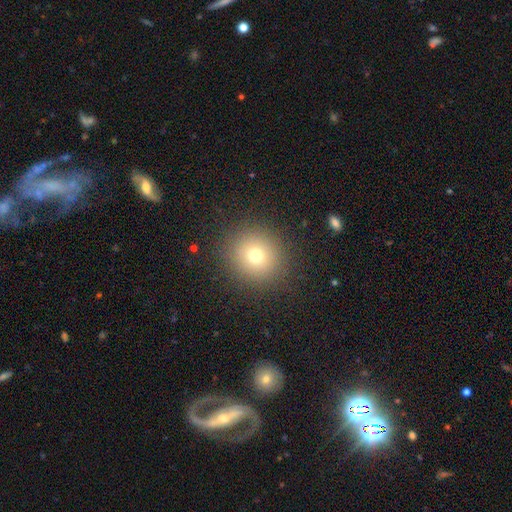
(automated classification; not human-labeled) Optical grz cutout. It shows a smooth galaxy with no disk features (72%) that is round (92%). Merging: none (89%).